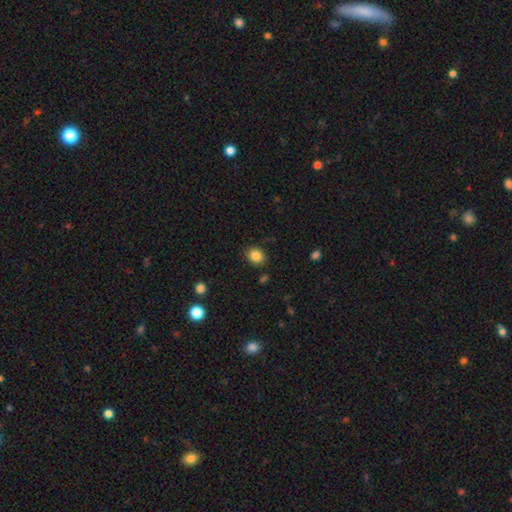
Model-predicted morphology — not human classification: smooth_or_featured: smooth (p=0.85) [alt: star or artifact p=0.10]
how_rounded: round (p=0.59) [alt: in between p=0.40]
merging: none (p=0.86) [alt: minor disturbance p=0.09]